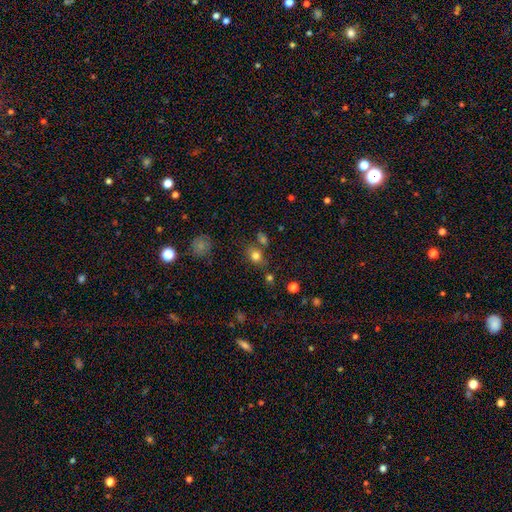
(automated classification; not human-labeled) Q: Smooth or featured?
A: smooth (78%); runner-up: star or artifact (15%)
Q: How rounded?
A: round (59%); runner-up: in between (39%)
Q: Merging?
A: none (65%); runner-up: merger (15%)